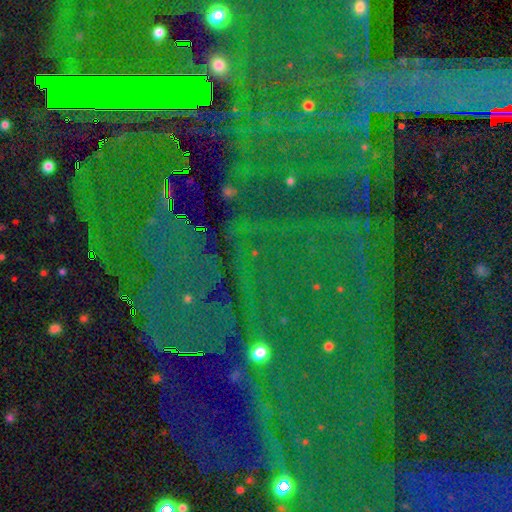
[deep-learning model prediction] Morphology: type=star or artifact (85%).